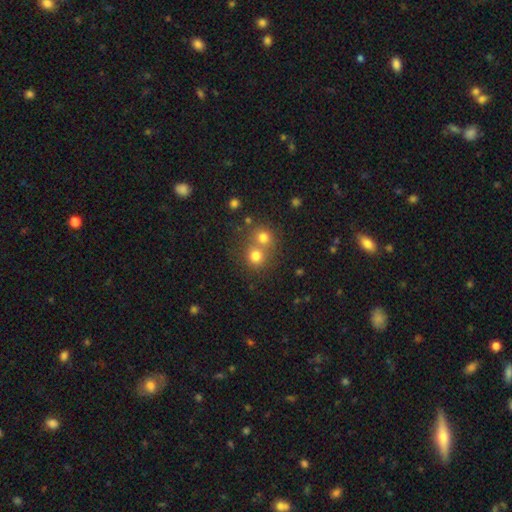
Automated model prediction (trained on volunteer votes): The model was most divided on "merging": none: 46%, merger: 45%, minor disturbance: 6%, major disturbance: 3%. More confident: how rounded — round (87%); smooth or featured — smooth (75%).